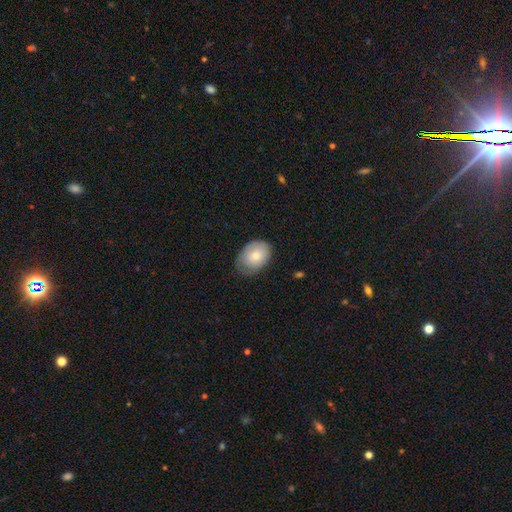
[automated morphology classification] smooth_or_featured: smooth (p=0.78) [alt: featured or disk p=0.16]
how_rounded: in between (p=0.76) [alt: round p=0.23]
merging: none (p=0.58) [alt: minor disturbance p=0.33]